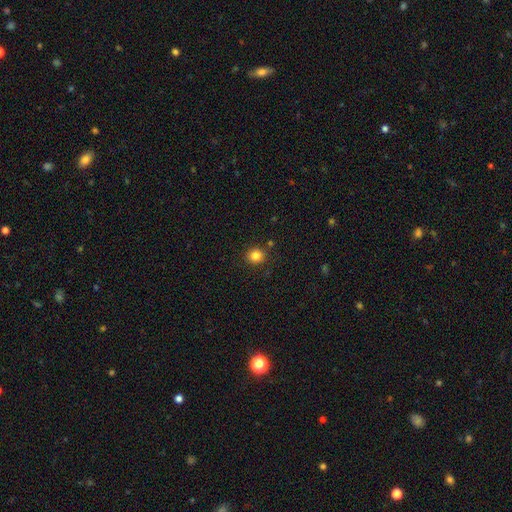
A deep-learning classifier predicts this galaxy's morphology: smooth_or_featured: smooth (p=0.83) [alt: star or artifact p=0.12]
how_rounded: round (p=0.84) [alt: in between p=0.15]
merging: none (p=0.87) [alt: minor disturbance p=0.08]